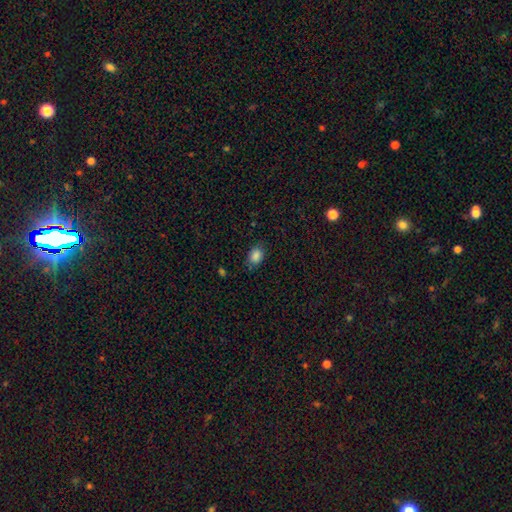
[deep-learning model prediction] The model was most divided on "how rounded": in between: 73%, round: 26%, cigar-shaped: 1%. More confident: smooth or featured — smooth (86%); merging — none (79%).